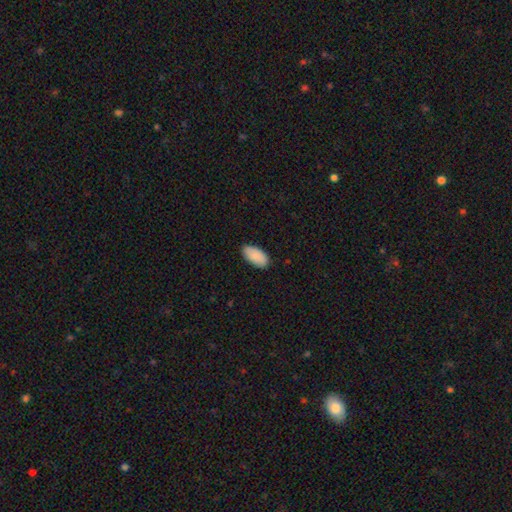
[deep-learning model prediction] A smooth galaxy with no disk features (91%) that is in between round and cigar-shaped (95%).

Vote fractions:
- Smooth or featured? smooth: 91% / star or artifact: 6% / featured or disk: 4%
- How rounded? in between: 95% / cigar-shaped: 3% / round: 2%
- Merging? none: 87% / minor disturbance: 10% / major disturbance: 2% / merger: 1%